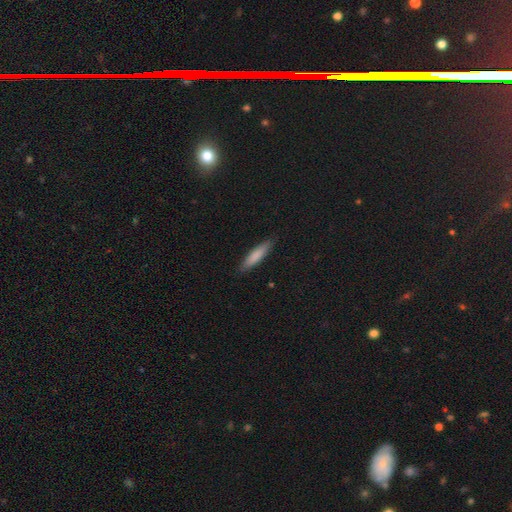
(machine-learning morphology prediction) Q: Smooth or featured?
A: smooth (81%); runner-up: featured or disk (13%)
Q: How rounded?
A: cigar-shaped (83%); runner-up: in between (16%)
Q: Merging?
A: none (87%); runner-up: minor disturbance (10%)